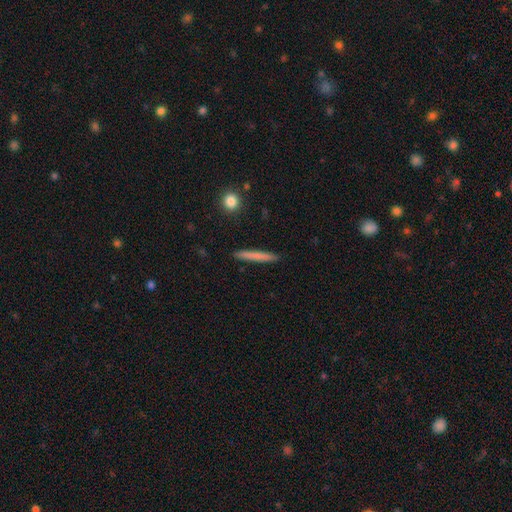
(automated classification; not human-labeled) smooth_or_featured: smooth (p=0.74) [alt: featured or disk p=0.19]
how_rounded: cigar-shaped (p=0.96) [alt: in between p=0.03]
merging: none (p=0.91) [alt: minor disturbance p=0.06]